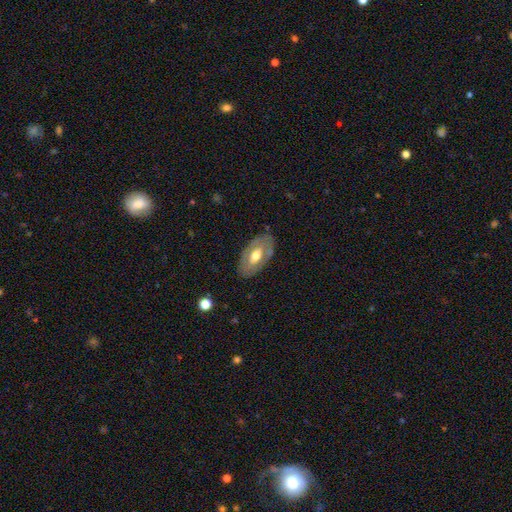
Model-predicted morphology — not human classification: smooth_or_featured: featured or disk (p=0.52) [alt: smooth p=0.43]
disk_edge_on: no (p=0.86) [alt: yes p=0.14]
merging: none (p=0.79) [alt: minor disturbance p=0.15]